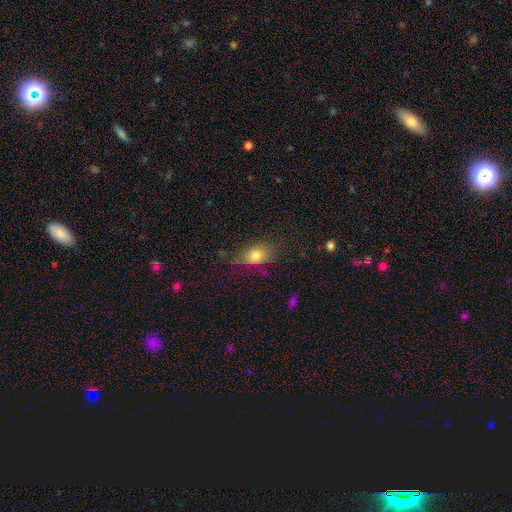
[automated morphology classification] smooth-or-featured: smooth: 78% | featured or disk: 12% | star or artifact: 10%
  how-rounded: in between: 79% | round: 18% | cigar-shaped: 3%
  merging: none: 70% | minor disturbance: 21% | major disturbance: 7% | merger: 2%